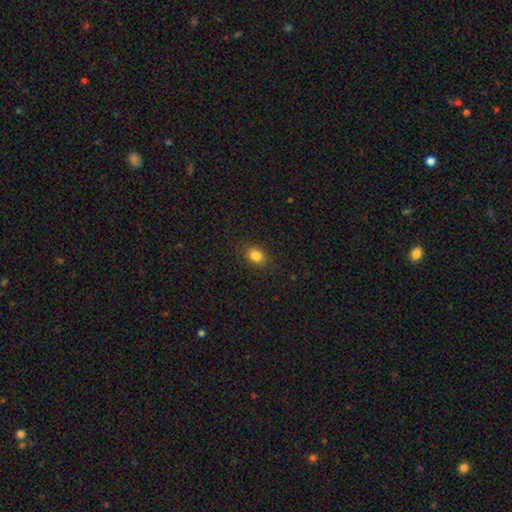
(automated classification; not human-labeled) Smooth or featured? smooth (85%)
How rounded? in between (66%)
Merging? none (87%)